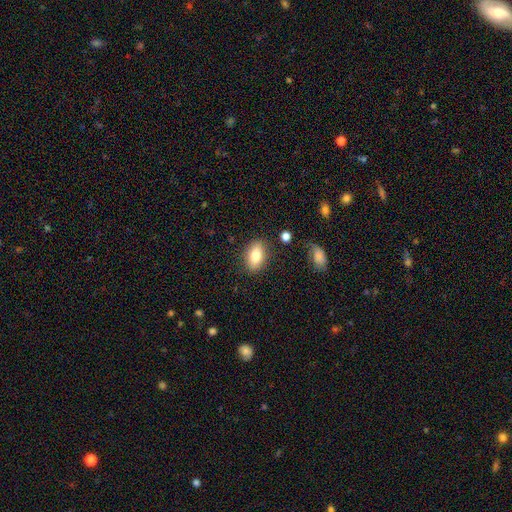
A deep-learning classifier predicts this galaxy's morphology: smooth-or-featured: smooth: 78% | featured or disk: 14% | star or artifact: 8%
  how-rounded: in between: 86% | round: 9% | cigar-shaped: 5%
  merging: none: 83% | minor disturbance: 11% | major disturbance: 3% | merger: 2%